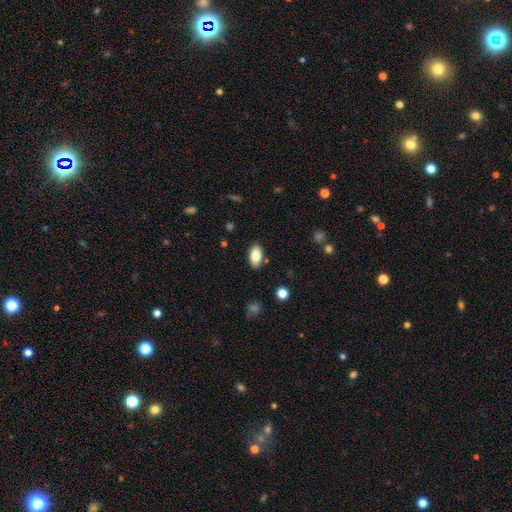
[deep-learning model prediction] This appears to be a smooth galaxy with no disk features (80%) that is in between round and cigar-shaped (92%). Merging: none (87%).